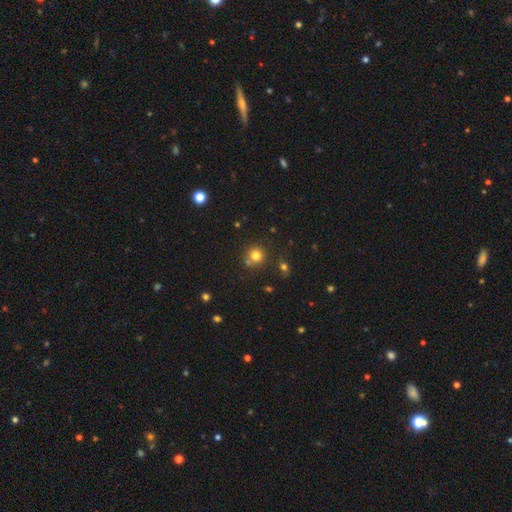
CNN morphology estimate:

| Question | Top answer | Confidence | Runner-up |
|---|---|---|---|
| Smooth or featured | smooth | 77% | star or artifact (15%) |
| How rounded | round | 91% | in between (8%) |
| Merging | none | 70% | merger (17%) |